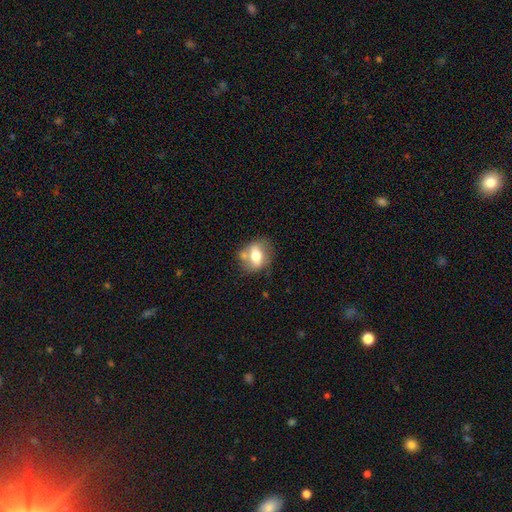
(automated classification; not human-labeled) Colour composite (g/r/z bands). It shows a smooth galaxy with no disk features (59%) that is in between round and cigar-shaped (66%). Merging: none (57%).